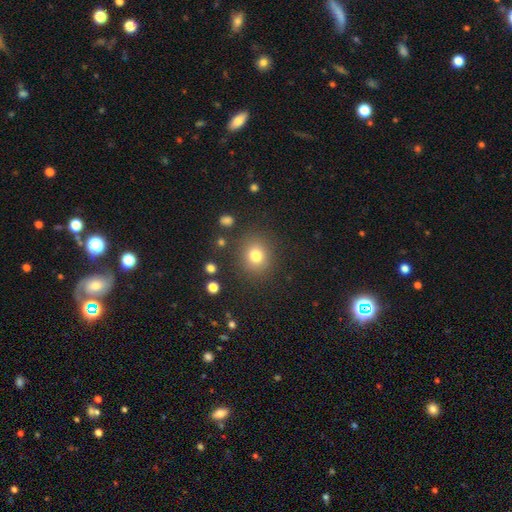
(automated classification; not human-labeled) smooth-or-featured: smooth: 79% | star or artifact: 13% | featured or disk: 8%
  how-rounded: round: 80% | in between: 19% | cigar-shaped: 1%
  merging: none: 85% | minor disturbance: 9% | major disturbance: 4% | merger: 2%